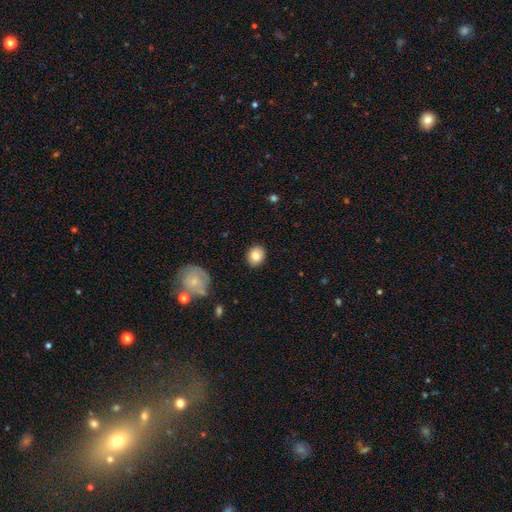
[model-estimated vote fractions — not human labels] This appears to be a smooth galaxy with no disk features (82%) that is round (66%). Merging: none (89%).